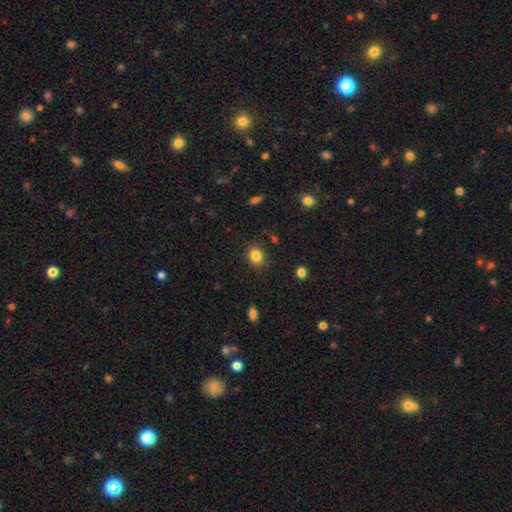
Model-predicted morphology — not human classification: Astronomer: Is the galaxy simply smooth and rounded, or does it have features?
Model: smooth — 84%.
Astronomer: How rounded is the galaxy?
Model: round — 62%.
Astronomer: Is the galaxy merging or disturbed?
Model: none — 84%.